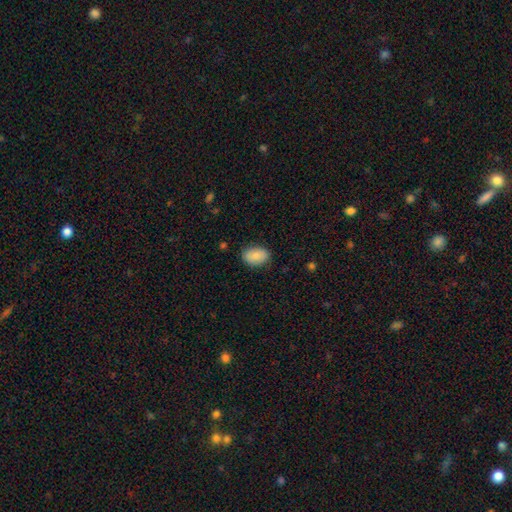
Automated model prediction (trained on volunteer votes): A smooth galaxy with no disk features (84%) that is in between round and cigar-shaped (86%).

Vote fractions:
- Smooth or featured? smooth: 84% / featured or disk: 9% / star or artifact: 7%
- How rounded? in between: 86% / round: 13% / cigar-shaped: 1%
- Merging? none: 85% / minor disturbance: 12% / major disturbance: 2% / merger: 1%